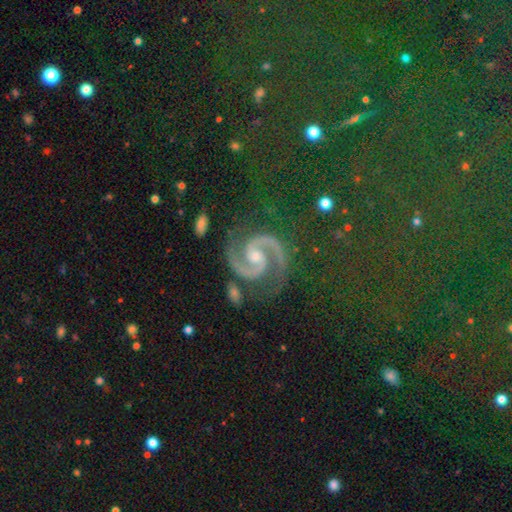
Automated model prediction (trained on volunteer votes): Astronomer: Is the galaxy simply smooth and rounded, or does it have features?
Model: featured or disk — 91%.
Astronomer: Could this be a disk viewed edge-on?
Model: no — 99%.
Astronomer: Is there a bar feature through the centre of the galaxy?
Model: no — 55% (runner-up: weak, 34%).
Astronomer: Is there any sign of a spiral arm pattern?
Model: yes — 99%.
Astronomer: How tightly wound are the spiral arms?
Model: medium — 63%.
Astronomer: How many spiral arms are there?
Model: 2 — 95%.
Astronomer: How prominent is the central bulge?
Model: moderate — 52% (runner-up: small, 40%).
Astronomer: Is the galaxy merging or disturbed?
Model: none — 79%.